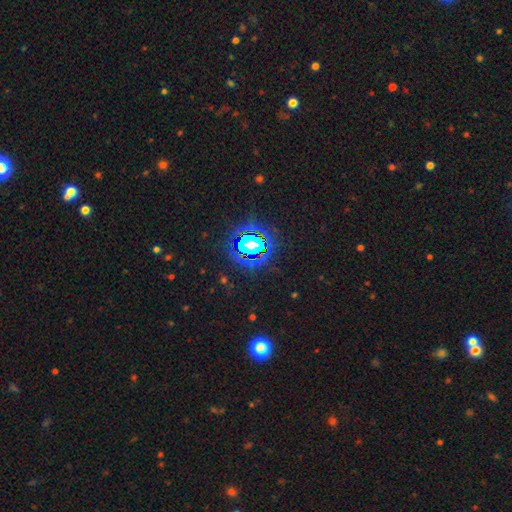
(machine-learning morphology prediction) This is clearly a star or artifact rather than a galaxy (83%).